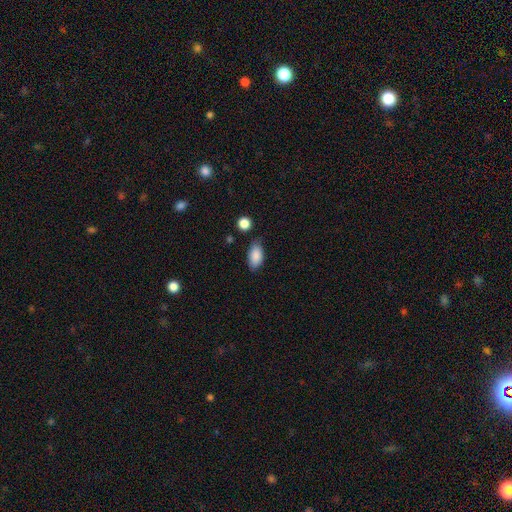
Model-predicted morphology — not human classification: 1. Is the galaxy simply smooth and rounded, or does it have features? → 87% smooth, 7% star or artifact, 6% featured or disk.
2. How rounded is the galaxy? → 92% in between, 4% cigar-shaped, 4% round.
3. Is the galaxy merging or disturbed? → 75% none, 18% minor disturbance, 4% major disturbance, 3% merger.